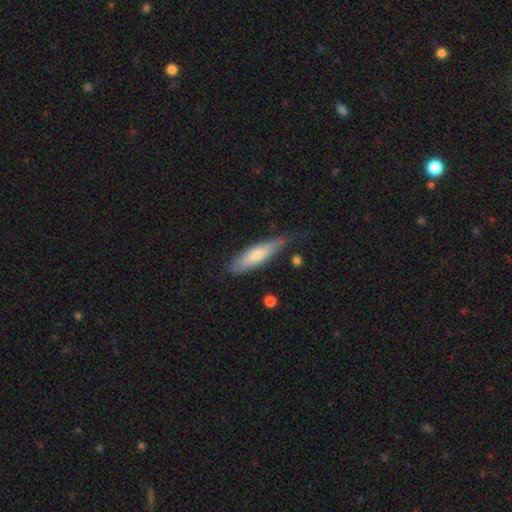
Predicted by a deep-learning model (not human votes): smooth_or_featured: smooth (p=0.68) [alt: featured or disk p=0.27]
how_rounded: cigar-shaped (p=0.65) [alt: in between p=0.33]
merging: none (p=0.63) [alt: minor disturbance p=0.29]